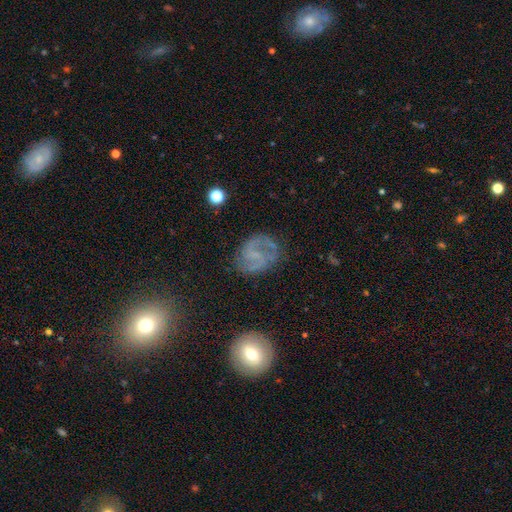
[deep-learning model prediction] Smooth or featured: featured or disk — 78% (smooth — 14%)
Edge-on disk: no — 98% (yes — 2%)
Bar: weak — 50% (no — 34%)
Spiral arms: yes — 92% (no — 8%)
Spiral winding: medium — 52% (loose — 25%)
Spiral arm count: 2 — 85% (can't tell — 7%)
Bulge size: none — 50% (small — 37%)
Merging: none — 71% (minor disturbance — 18%)